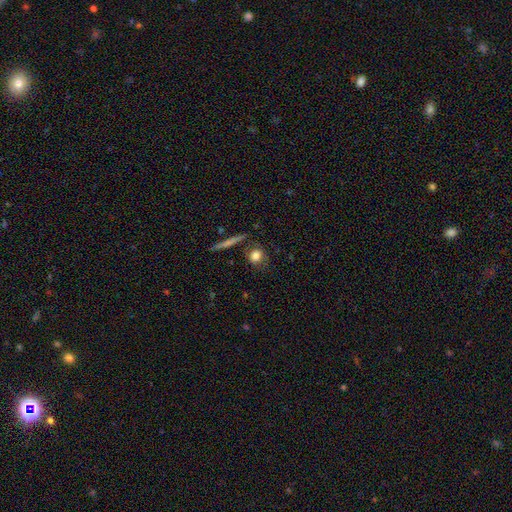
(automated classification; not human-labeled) Overall: smooth (78%). How rounded: round (71%). Merging: none (76%).